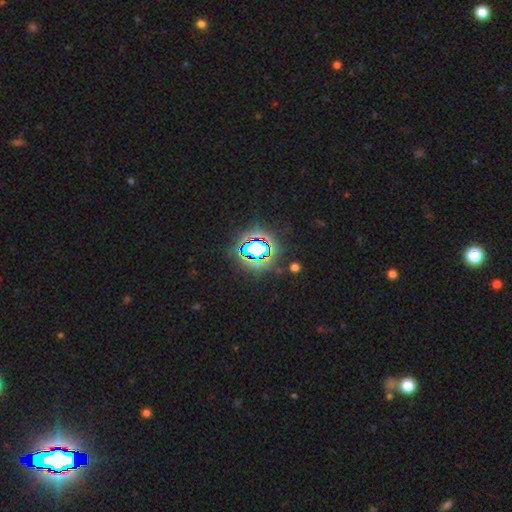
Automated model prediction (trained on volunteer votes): Smooth or featured? star or artifact (83%)